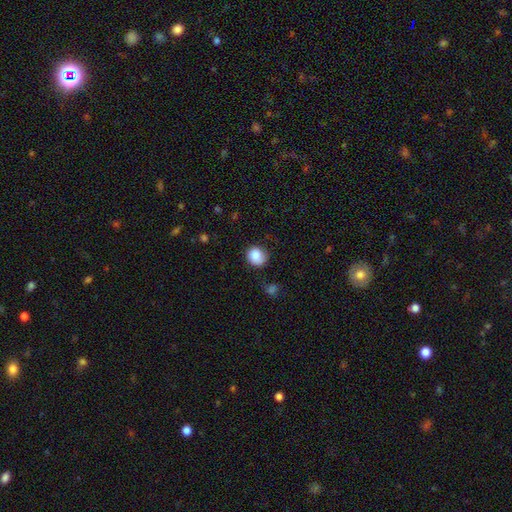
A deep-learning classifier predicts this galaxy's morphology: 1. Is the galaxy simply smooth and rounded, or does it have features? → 83% smooth, 9% star or artifact, 8% featured or disk.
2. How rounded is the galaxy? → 80% round, 20% in between, 1% cigar-shaped.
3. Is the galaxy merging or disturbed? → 70% none, 22% minor disturbance, 6% major disturbance, 2% merger.